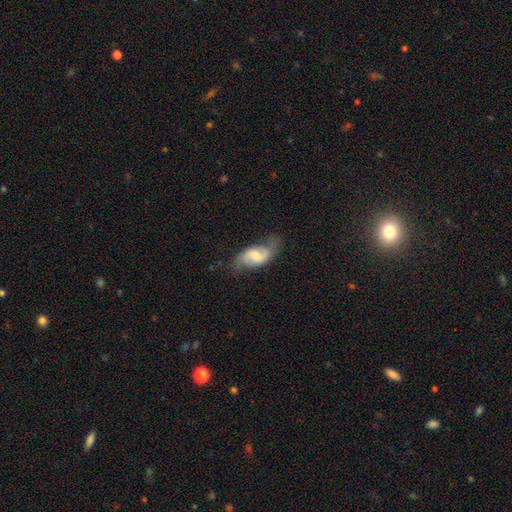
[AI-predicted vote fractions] Smooth or featured: featured or disk — 61% (smooth — 32%)
Edge-on disk: no — 95% (yes — 5%)
Bar: weak — 54% (no — 31%)
Spiral arms: yes — 89% (no — 11%)
Spiral winding: loose — 55% (medium — 35%)
Spiral arm count: 2 — 86% (can't tell — 7%)
Bulge size: moderate — 44% (small — 33%)
Merging: none — 60% (minor disturbance — 27%)